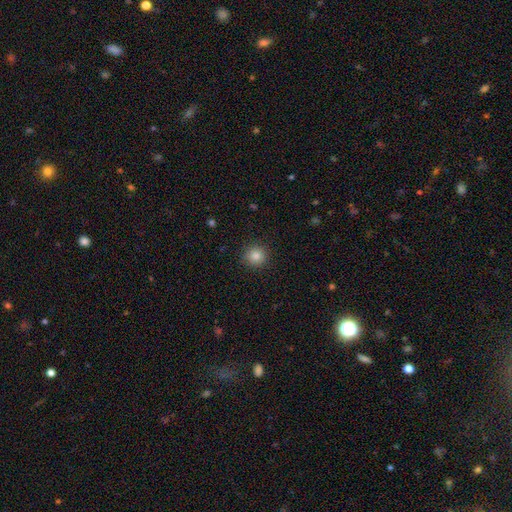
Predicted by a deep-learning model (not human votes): The model was most divided on "smooth or featured": smooth: 84%, star or artifact: 11%, featured or disk: 5%. More confident: how rounded — round (93%); merging — none (91%).